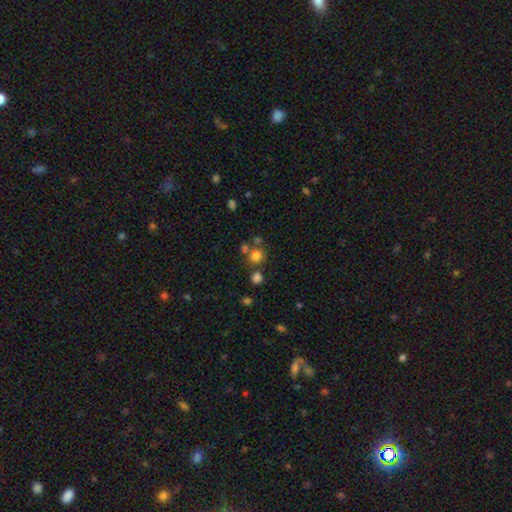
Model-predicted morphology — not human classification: Q: Smooth or featured?
A: smooth (75%); runner-up: star or artifact (16%)
Q: How rounded?
A: round (88%); runner-up: in between (11%)
Q: Merging?
A: none (66%); runner-up: merger (20%)